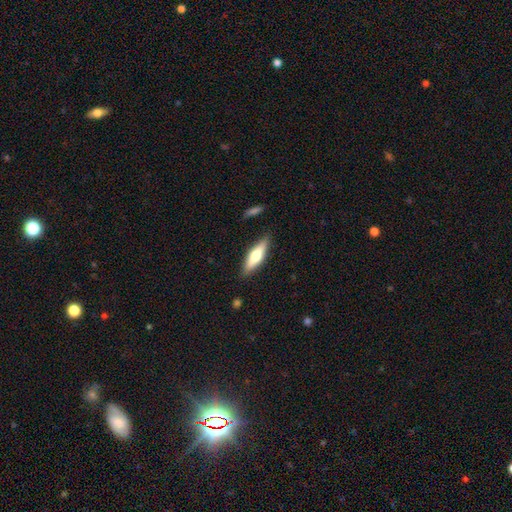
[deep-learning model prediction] Q: Smooth or featured?
A: smooth (51%); runner-up: featured or disk (43%)
Q: How rounded?
A: cigar-shaped (56%); runner-up: in between (42%)
Q: Merging?
A: none (86%); runner-up: minor disturbance (10%)